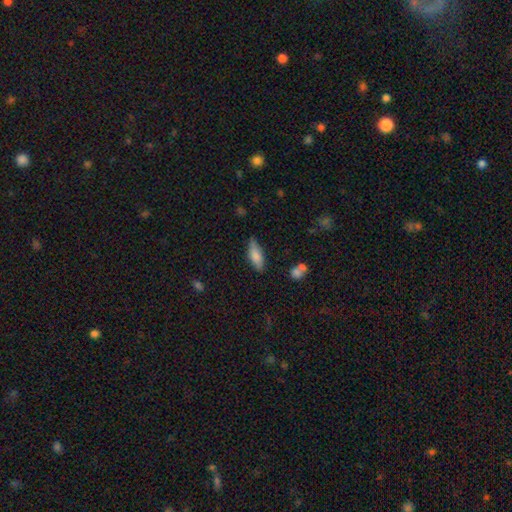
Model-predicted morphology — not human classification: This appears to be a smooth galaxy with no disk features (78%) that is in between round and cigar-shaped (66%). Merging: none (73%).